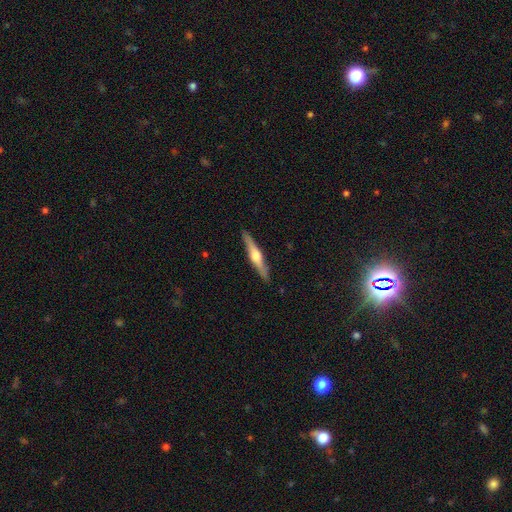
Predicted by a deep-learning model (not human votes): A featured or disk galaxy (67%) viewed edge-on (97%) with a rounded central bulge (92%). Merging: none (90%).